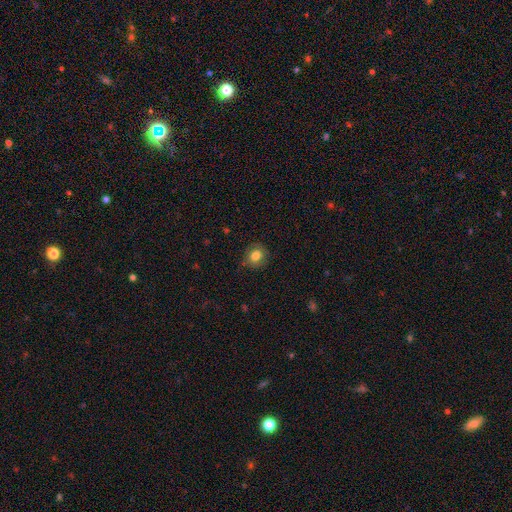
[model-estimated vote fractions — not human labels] smooth 81%, star or artifact 10%, featured or disk 8%. Down the decision tree: how rounded — round (76%); merging — none (83%).